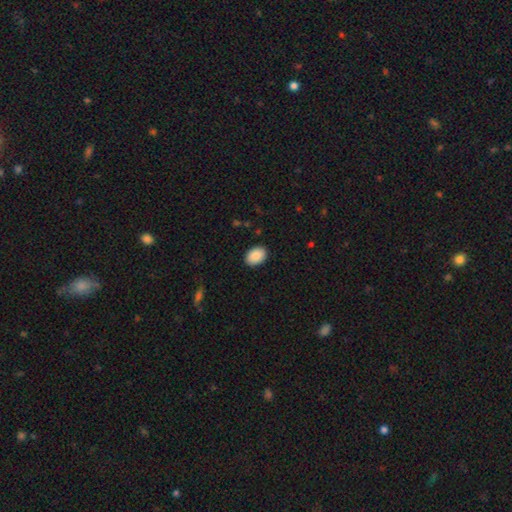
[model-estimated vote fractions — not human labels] Smooth or featured? smooth (90%)
How rounded? in between (80%)
Merging? none (90%)